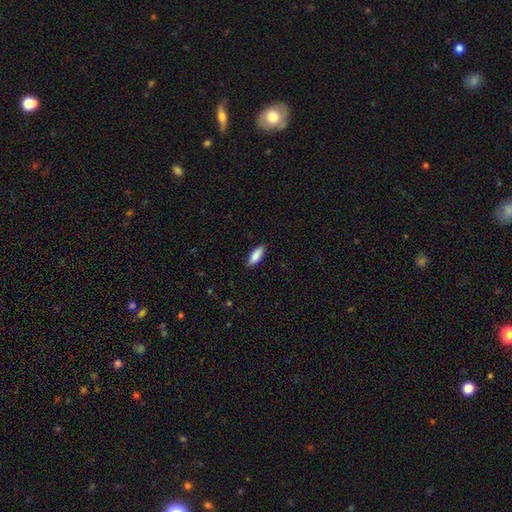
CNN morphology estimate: The model was most divided on "how rounded": in between: 65%, cigar-shaped: 34%, round: 2%. More confident: merging — none (87%); smooth or featured — smooth (84%).